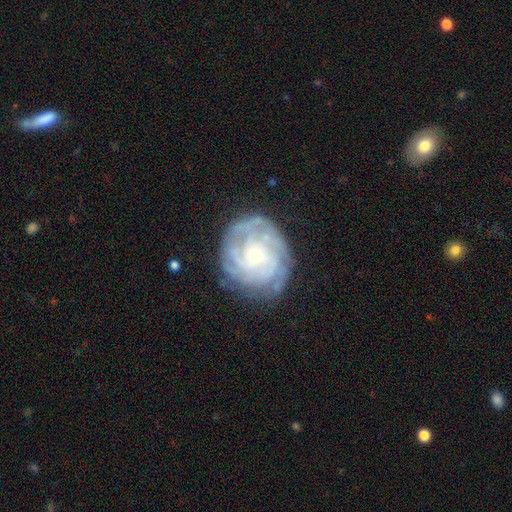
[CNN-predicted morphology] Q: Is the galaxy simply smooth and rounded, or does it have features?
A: featured or disk — 82%.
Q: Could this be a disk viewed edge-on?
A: no — 97%.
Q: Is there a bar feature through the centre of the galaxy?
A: no — 76%.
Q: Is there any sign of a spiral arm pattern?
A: yes — 94%.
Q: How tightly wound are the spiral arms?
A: tight — 71%.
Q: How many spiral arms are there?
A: can't tell — 34%.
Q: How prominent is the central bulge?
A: small — 74%.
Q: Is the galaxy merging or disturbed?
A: none — 74%.